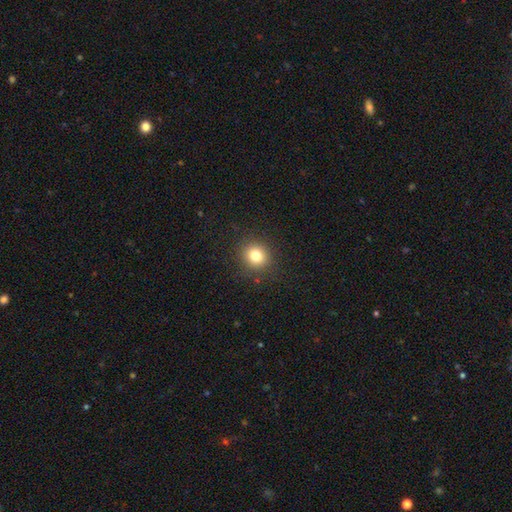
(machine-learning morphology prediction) The model was most divided on "smooth or featured": smooth: 79%, star or artifact: 13%, featured or disk: 7%. More confident: merging — none (89%); how rounded — round (89%).